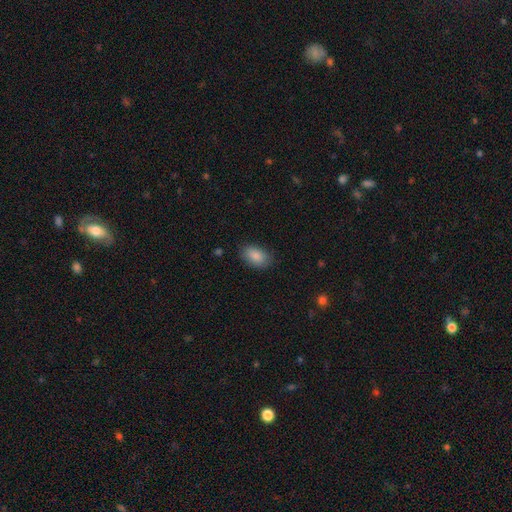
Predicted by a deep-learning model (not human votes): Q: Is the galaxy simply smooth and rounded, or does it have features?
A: smooth — 87%.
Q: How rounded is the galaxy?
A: in between — 91%.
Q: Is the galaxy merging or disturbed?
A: none — 81%.